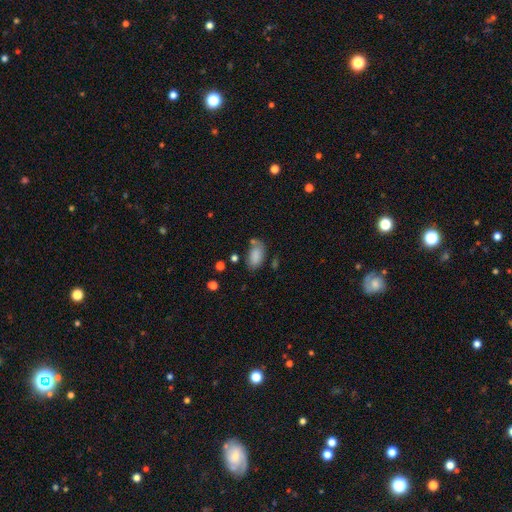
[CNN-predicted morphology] Q: Smooth or featured?
A: smooth (84%); runner-up: star or artifact (8%)
Q: How rounded?
A: in between (93%); runner-up: round (5%)
Q: Merging?
A: none (58%); runner-up: minor disturbance (23%)